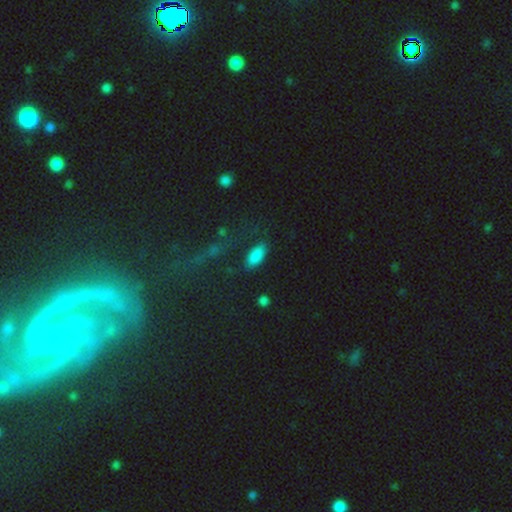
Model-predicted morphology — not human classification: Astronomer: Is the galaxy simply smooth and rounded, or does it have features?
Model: smooth — 83%.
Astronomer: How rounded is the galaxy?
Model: in between — 87%.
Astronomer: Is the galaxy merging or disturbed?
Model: none — 74%.